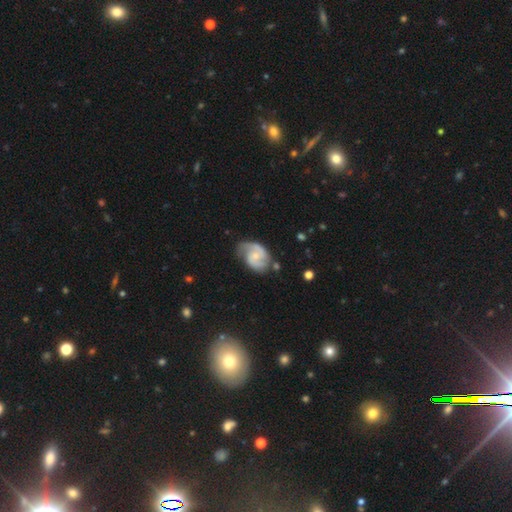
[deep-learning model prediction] Overall: featured or disk (82%). Edge-on disk: no (98%). Bar: no (55%; weak 39%). Spiral arms: yes (96%). Spiral arm count: 2 (84%). Spiral winding: medium (52%; tight 27%). Bulge size: small (62%; moderate 28%). Merging: none (62%; minor disturbance 25%).